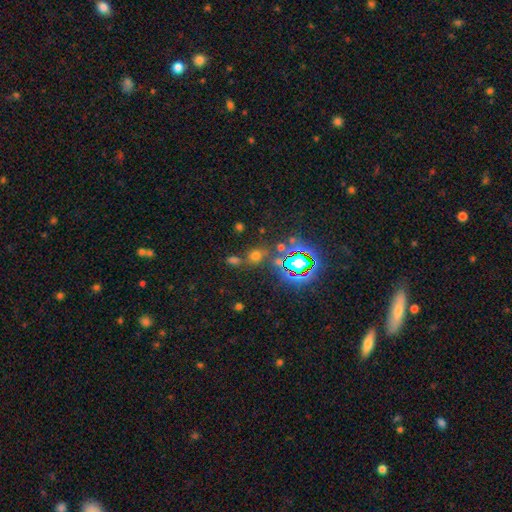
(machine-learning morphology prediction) This is possibly a smooth galaxy (51%). How rounded: likely round (65%). Merging: likely none (68%).